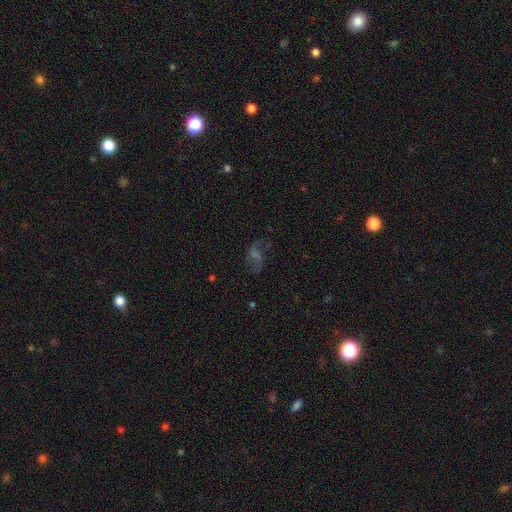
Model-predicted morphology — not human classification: Smooth or featured? featured or disk (52%)
Edge-on disk? no (95%)
Merging? none (62%)